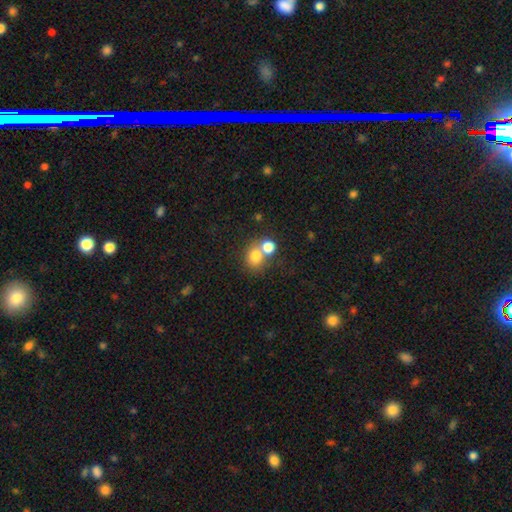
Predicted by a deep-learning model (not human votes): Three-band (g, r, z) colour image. It shows a smooth galaxy with no disk features (77%) that is round (71%). Merging: none (45%).